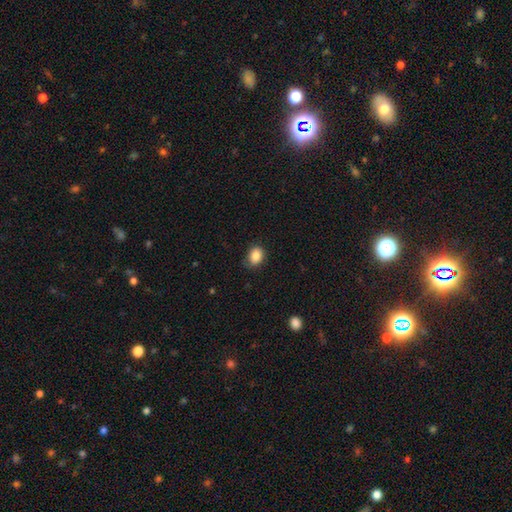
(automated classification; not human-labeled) Smooth or featured?
  - smooth: 86% *
  - star or artifact: 9%
  - featured or disk: 5%
How rounded?
  - in between: 62% *
  - round: 37%
  - cigar-shaped: 1%
Merging?
  - none: 75% *
  - minor disturbance: 20%
  - major disturbance: 4%
  - merger: 1%